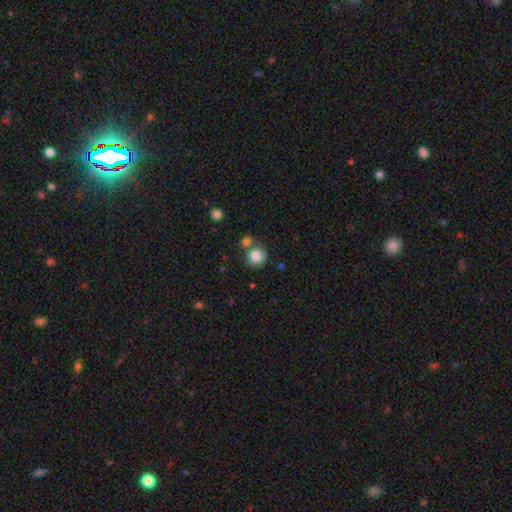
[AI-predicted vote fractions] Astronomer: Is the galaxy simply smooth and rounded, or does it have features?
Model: smooth — 82%.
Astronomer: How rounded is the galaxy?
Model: round — 89%.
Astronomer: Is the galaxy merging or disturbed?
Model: none — 64%.